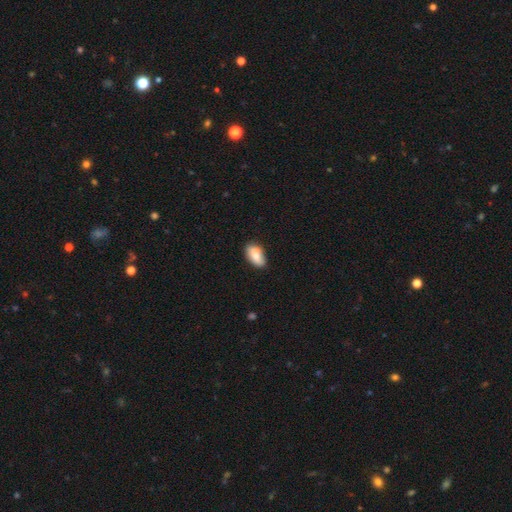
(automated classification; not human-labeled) smooth 77%, featured or disk 16%, star or artifact 7%. Down the decision tree: how rounded — in between (92%); merging — none (81%).